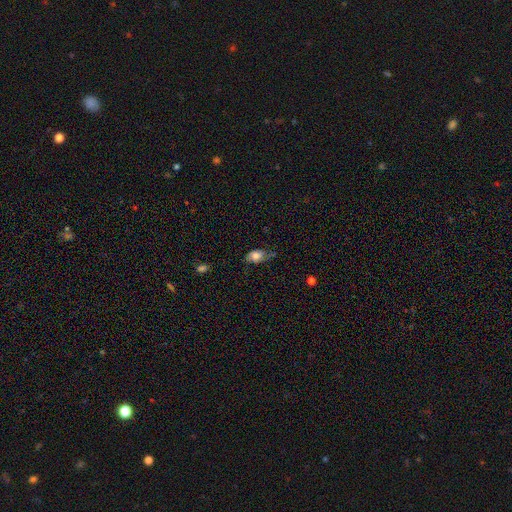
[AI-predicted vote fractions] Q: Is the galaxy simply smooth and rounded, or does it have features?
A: smooth — 61%.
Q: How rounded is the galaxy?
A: in between — 83%.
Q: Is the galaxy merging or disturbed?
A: none — 52%.